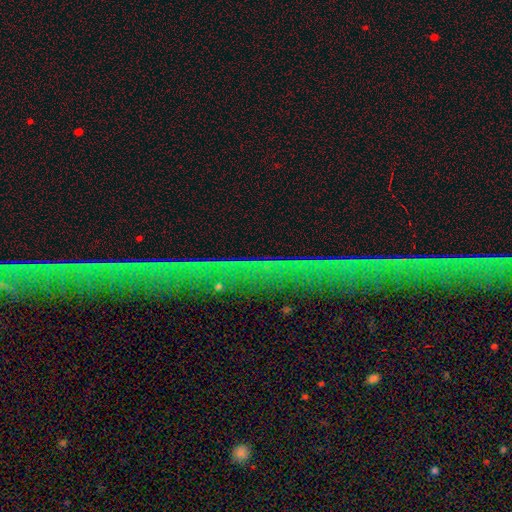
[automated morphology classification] Q: Smooth or featured?
A: star or artifact (85%); runner-up: featured or disk (9%)